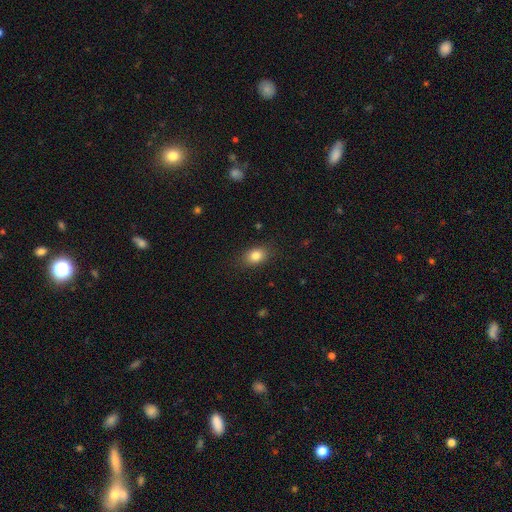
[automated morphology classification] smooth-or-featured: smooth: 83% | star or artifact: 10% | featured or disk: 7%
  how-rounded: in between: 73% | round: 25% | cigar-shaped: 2%
  merging: none: 85% | minor disturbance: 11% | major disturbance: 3% | merger: 1%